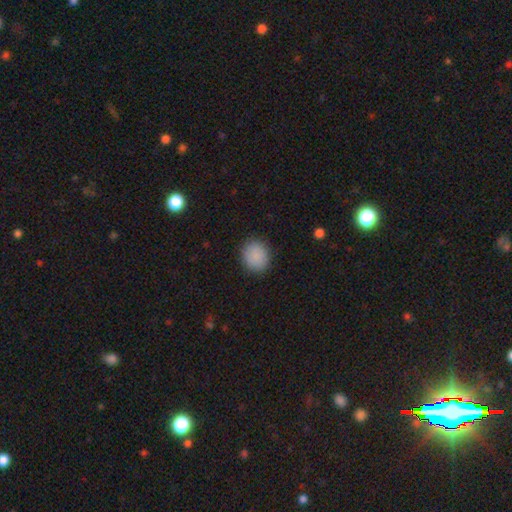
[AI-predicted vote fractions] smooth_or_featured: smooth (p=0.88) [alt: star or artifact p=0.08]
how_rounded: round (p=0.75) [alt: in between p=0.24]
merging: none (p=0.89) [alt: minor disturbance p=0.08]